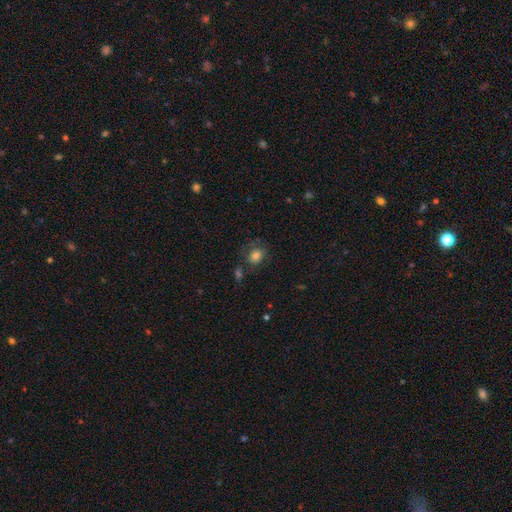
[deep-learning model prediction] Morphology: type=smooth (74%); roundness=round (52%); merging=none (58%).